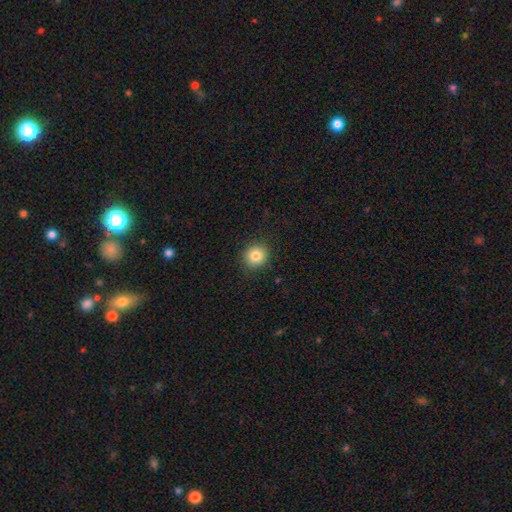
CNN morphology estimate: The model was most divided on "how rounded": round: 85%, in between: 14%, cigar-shaped: 1%. More confident: merging — none (90%); smooth or featured — smooth (83%).